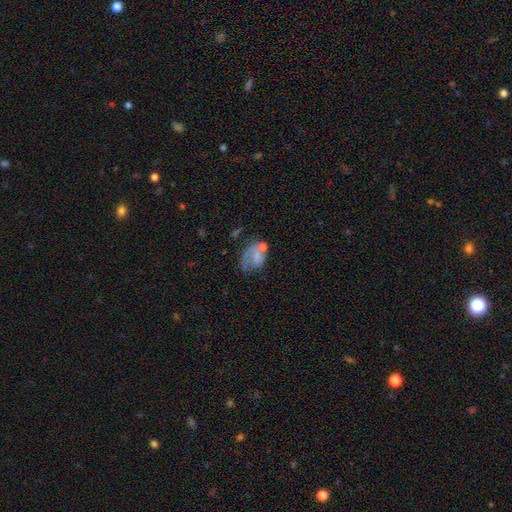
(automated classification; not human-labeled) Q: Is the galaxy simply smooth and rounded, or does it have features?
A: smooth — 47%.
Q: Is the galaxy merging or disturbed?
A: major disturbance — 32%.